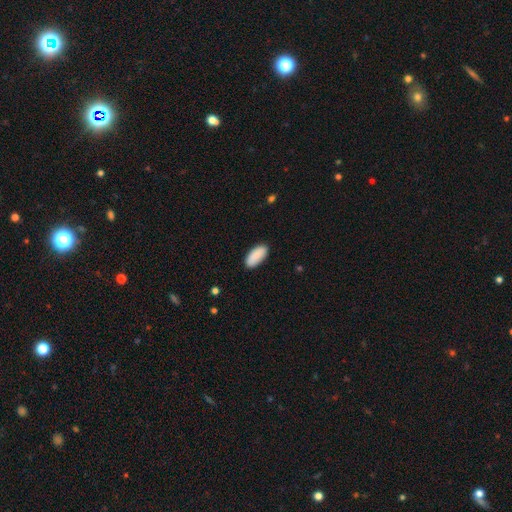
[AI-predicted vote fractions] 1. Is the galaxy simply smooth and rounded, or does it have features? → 91% smooth, 6% star or artifact, 3% featured or disk.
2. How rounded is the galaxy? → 91% in between, 8% cigar-shaped, 2% round.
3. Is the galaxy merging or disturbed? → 87% none, 10% minor disturbance, 2% major disturbance, 1% merger.